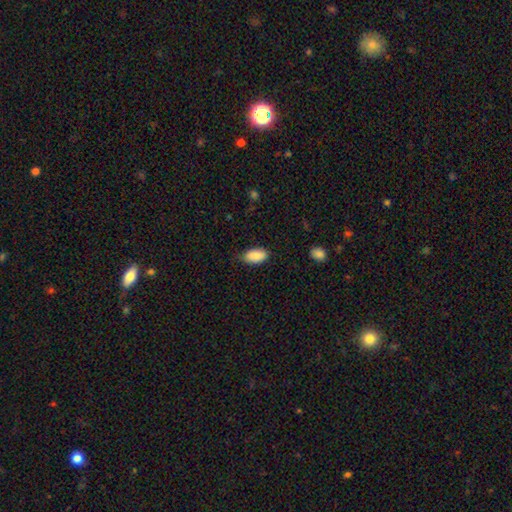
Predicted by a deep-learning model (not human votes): smooth-or-featured: smooth: 87% | star or artifact: 7% | featured or disk: 6%
  how-rounded: in between: 94% | round: 4% | cigar-shaped: 2%
  merging: none: 70% | minor disturbance: 24% | major disturbance: 4% | merger: 1%